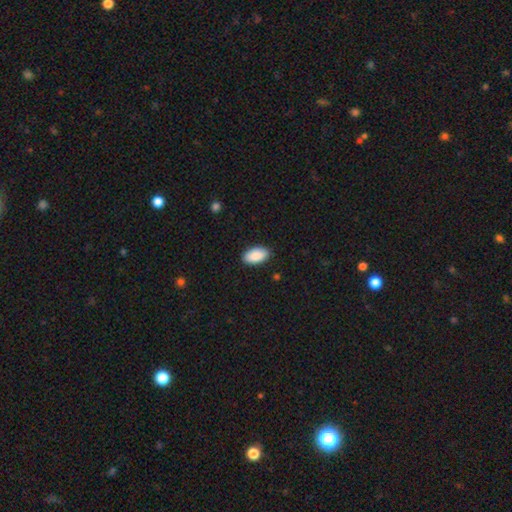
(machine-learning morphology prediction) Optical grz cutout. It shows a smooth galaxy with no disk features (90%) that is in between round and cigar-shaped (95%). Merging: none (89%).